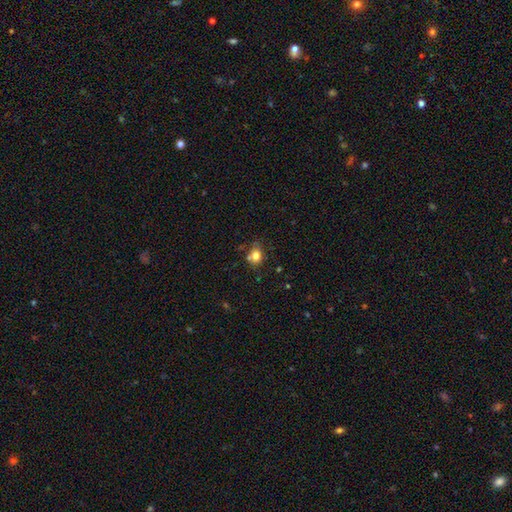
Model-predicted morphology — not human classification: Smooth or featured? smooth (77%)
How rounded? round (57%)
Merging? none (62%)